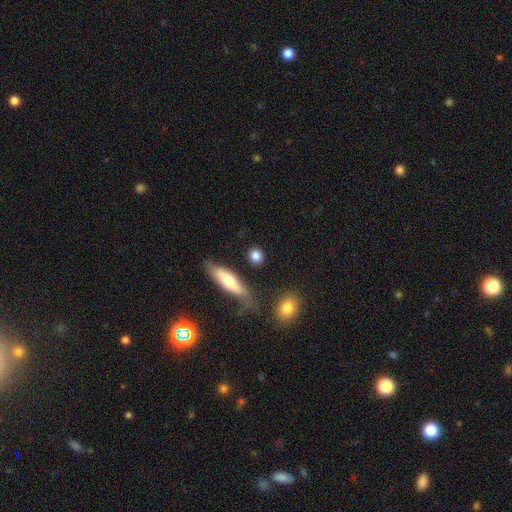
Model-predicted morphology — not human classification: The model was most divided on "how rounded": round: 70%, in between: 21%, cigar-shaped: 9%. More confident: smooth or featured — smooth (83%); merging — none (78%).